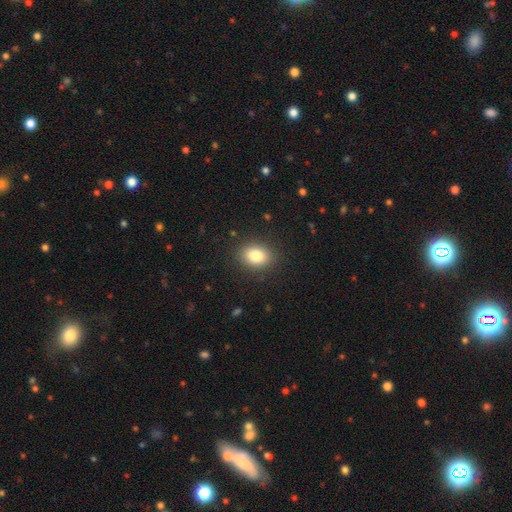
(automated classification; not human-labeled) Smooth or featured? Predicted: smooth (p=0.83). How rounded? Predicted: in between (p=0.65). Merging? Predicted: none (p=0.88).